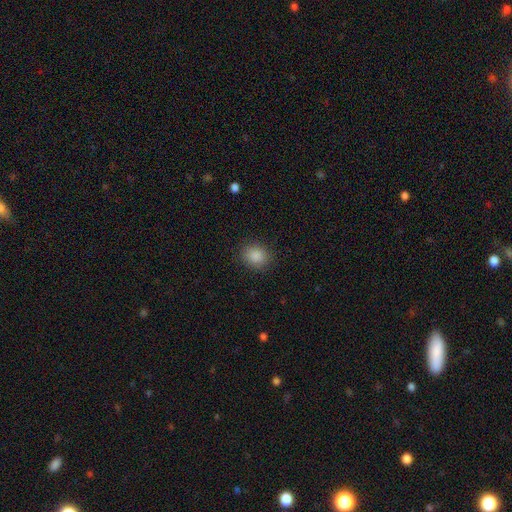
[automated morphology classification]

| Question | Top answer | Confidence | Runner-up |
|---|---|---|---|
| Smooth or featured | smooth | 87% | star or artifact (10%) |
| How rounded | round | 67% | in between (32%) |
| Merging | none | 88% | minor disturbance (8%) |